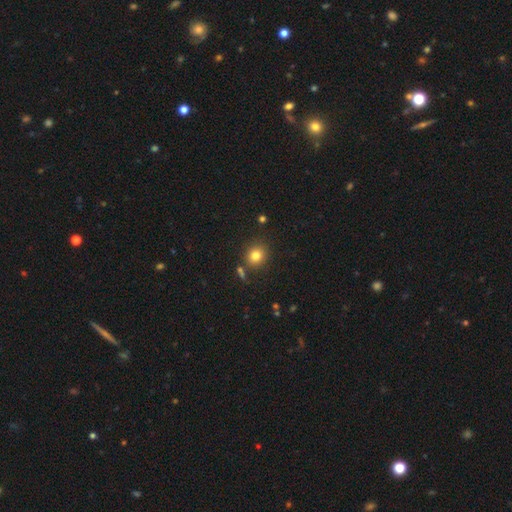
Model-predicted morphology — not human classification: type=smooth (80%); roundness=round (78%); merging=none (79%).